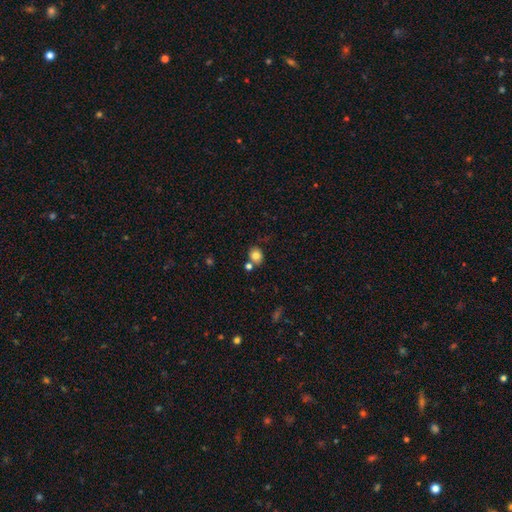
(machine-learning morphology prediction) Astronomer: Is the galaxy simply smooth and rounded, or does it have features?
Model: smooth — 81%.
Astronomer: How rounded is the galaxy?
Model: round — 67%.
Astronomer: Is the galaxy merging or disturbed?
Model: none — 66%.